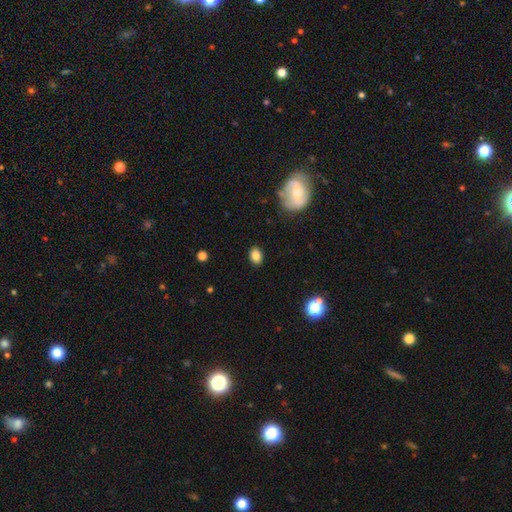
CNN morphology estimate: A smooth galaxy with no disk features (84%) that is in between round and cigar-shaped (74%).

Vote fractions:
- Smooth or featured? smooth: 84% / star or artifact: 10% / featured or disk: 7%
- How rounded? in between: 74% / round: 24% / cigar-shaped: 1%
- Merging? none: 87% / minor disturbance: 9% / major disturbance: 2% / merger: 1%